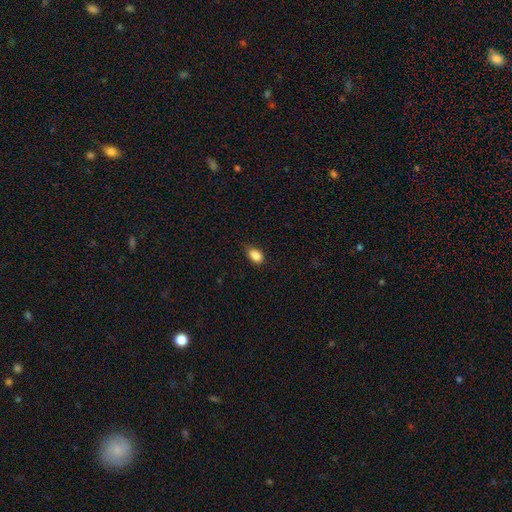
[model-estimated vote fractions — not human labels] Smooth or featured?
  - smooth: 86% *
  - star or artifact: 9%
  - featured or disk: 5%
How rounded?
  - in between: 81% *
  - round: 17%
  - cigar-shaped: 2%
Merging?
  - none: 67% *
  - minor disturbance: 25%
  - major disturbance: 4%
  - merger: 3%